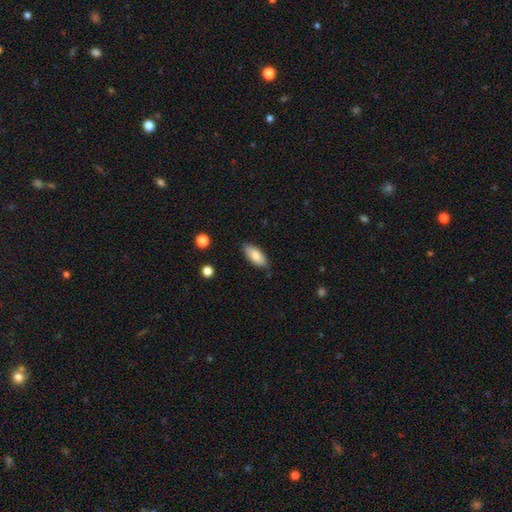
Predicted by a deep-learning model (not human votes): smooth-or-featured: smooth: 82% | featured or disk: 11% | star or artifact: 6%
  how-rounded: in between: 82% | cigar-shaped: 17% | round: 2%
  merging: none: 84% | minor disturbance: 13% | major disturbance: 2% | merger: 1%